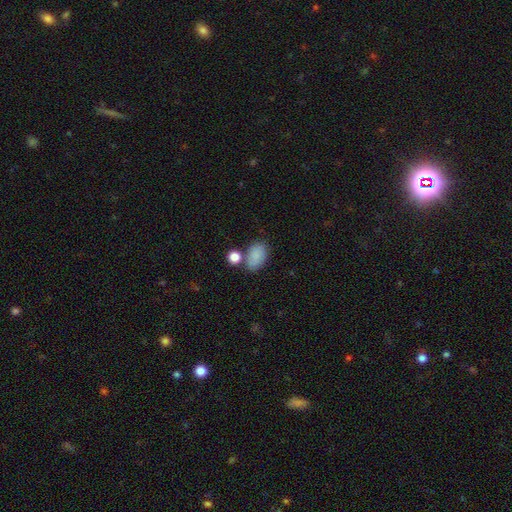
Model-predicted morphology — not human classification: smooth_or_featured: smooth (p=0.86) [alt: star or artifact p=0.08]
how_rounded: in between (p=0.88) [alt: round p=0.10]
merging: none (p=0.64) [alt: minor disturbance p=0.16]